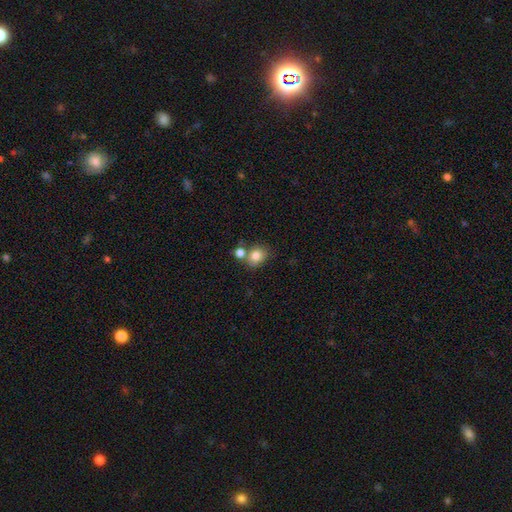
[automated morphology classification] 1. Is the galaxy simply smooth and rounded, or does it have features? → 82% smooth, 10% star or artifact, 8% featured or disk.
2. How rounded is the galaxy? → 65% round, 34% in between, 1% cigar-shaped.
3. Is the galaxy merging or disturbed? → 56% none, 29% merger, 11% minor disturbance, 4% major disturbance.